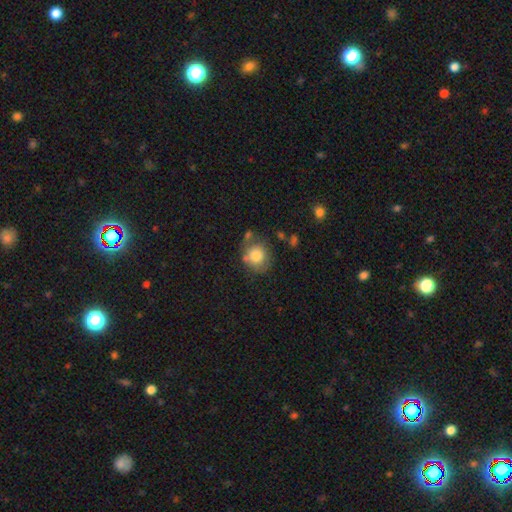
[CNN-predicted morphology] smooth 80%, featured or disk 12%, star or artifact 9%. Down the decision tree: how rounded — round (82%); merging — none (62%).